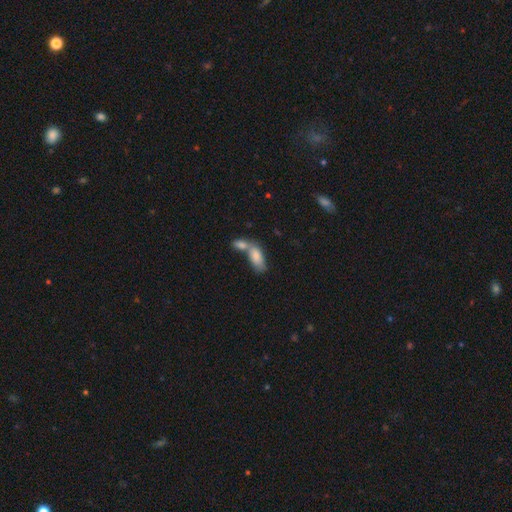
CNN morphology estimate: Smooth or featured?
  - smooth: 82% *
  - featured or disk: 12%
  - star or artifact: 7%
How rounded?
  - in between: 89% *
  - cigar-shaped: 8%
  - round: 3%
Merging?
  - merger: 65% *
  - none: 23%
  - minor disturbance: 8%
  - major disturbance: 4%